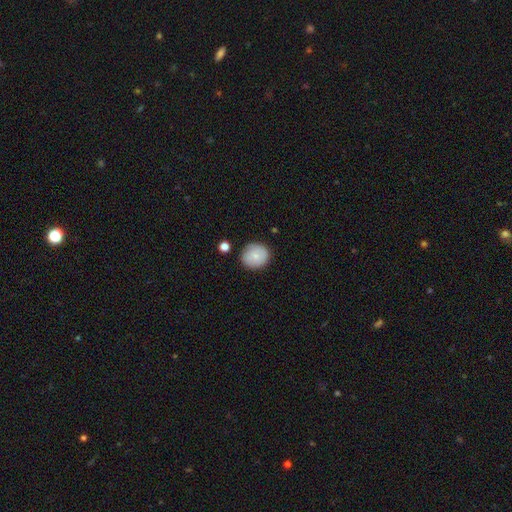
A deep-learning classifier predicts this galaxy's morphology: smooth-or-featured: smooth: 77% | featured or disk: 15% | star or artifact: 7%
  how-rounded: round: 81% | in between: 18% | cigar-shaped: 1%
  merging: none: 83% | minor disturbance: 12% | major disturbance: 3% | merger: 2%